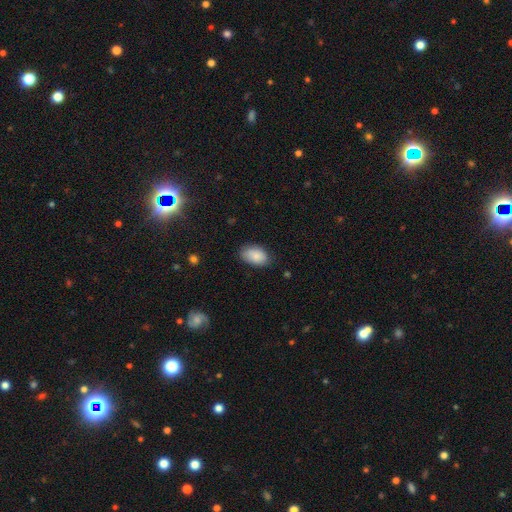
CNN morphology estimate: type=smooth (86%); roundness=in between (92%); merging=none (76%).